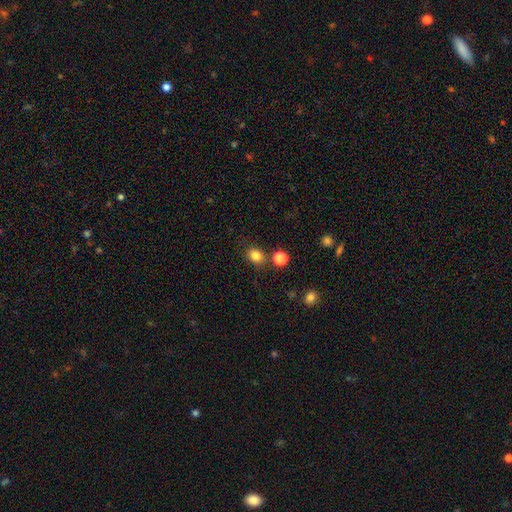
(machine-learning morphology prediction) smooth-or-featured: smooth: 82% | star or artifact: 12% | featured or disk: 5%
  how-rounded: round: 56% | in between: 43% | cigar-shaped: 1%
  merging: none: 80% | minor disturbance: 10% | merger: 8% | major disturbance: 3%